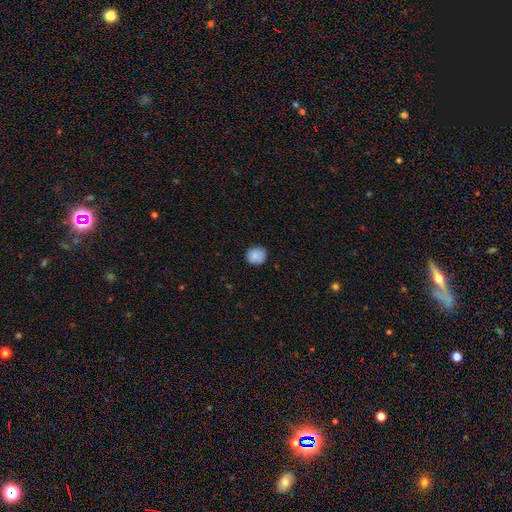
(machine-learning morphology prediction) smooth-or-featured: smooth: 88% | star or artifact: 8% | featured or disk: 4%
  how-rounded: round: 86% | in between: 13% | cigar-shaped: 1%
  merging: none: 85% | minor disturbance: 12% | major disturbance: 2% | merger: 1%